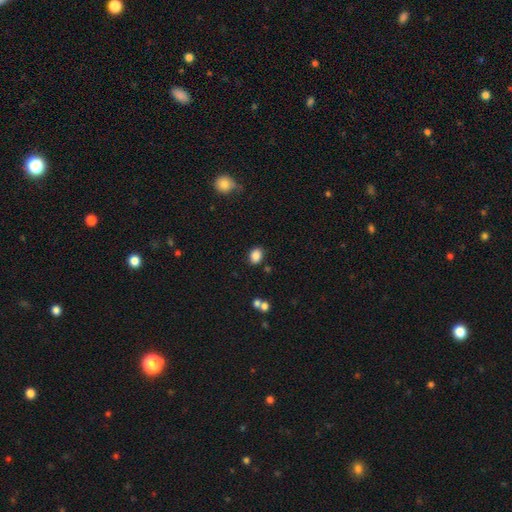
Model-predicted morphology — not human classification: A smooth galaxy with no disk features (86%) that is in between round and cigar-shaped (62%). Merging: none (83%).